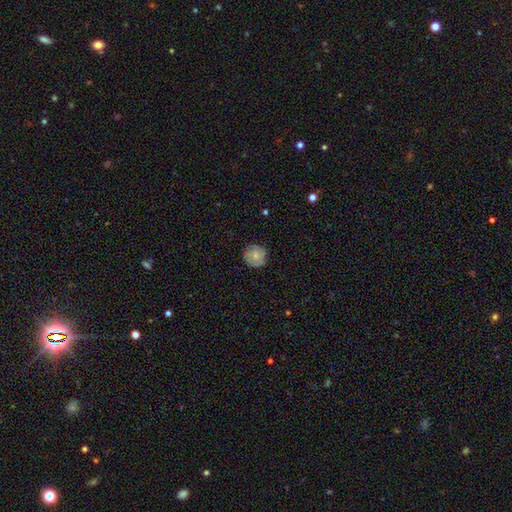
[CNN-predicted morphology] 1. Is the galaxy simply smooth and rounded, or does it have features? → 53% smooth, 39% featured or disk, 8% star or artifact.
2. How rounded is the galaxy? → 90% round, 9% in between, 1% cigar-shaped.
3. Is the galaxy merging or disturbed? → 81% none, 15% minor disturbance, 3% major disturbance, 1% merger.